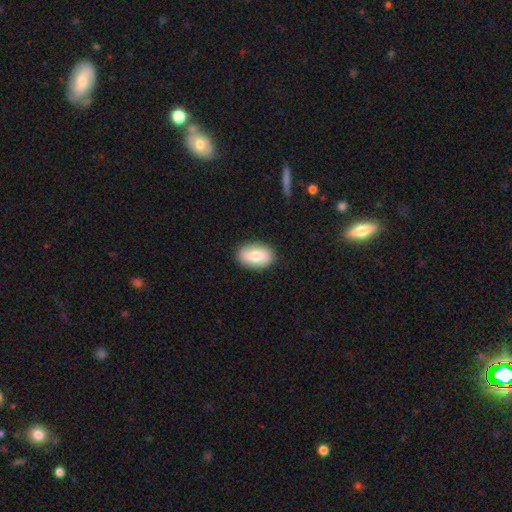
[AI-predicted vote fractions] Smooth or featured?
  - smooth: 68% *
  - featured or disk: 25%
  - star or artifact: 7%
How rounded?
  - in between: 88% *
  - round: 10%
  - cigar-shaped: 2%
Merging?
  - none: 88% *
  - minor disturbance: 9%
  - major disturbance: 2%
  - merger: 1%